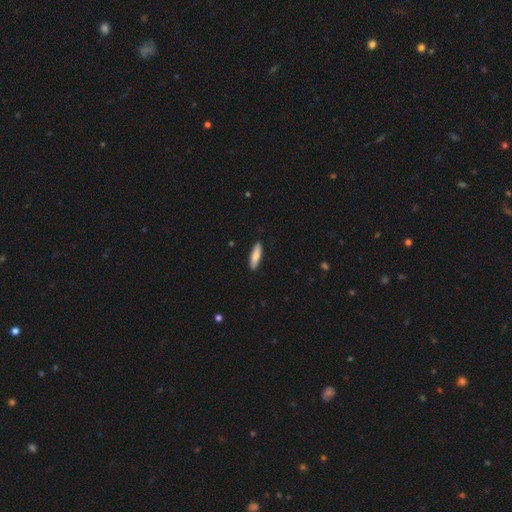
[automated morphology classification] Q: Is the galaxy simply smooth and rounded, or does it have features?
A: smooth — 76%.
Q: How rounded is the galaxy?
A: cigar-shaped — 70%.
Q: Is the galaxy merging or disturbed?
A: none — 89%.